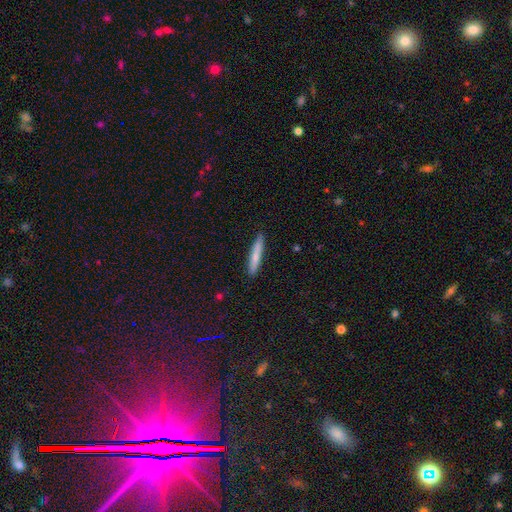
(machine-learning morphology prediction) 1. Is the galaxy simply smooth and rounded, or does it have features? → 73% smooth, 21% featured or disk, 6% star or artifact.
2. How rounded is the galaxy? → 93% cigar-shaped, 6% in between, 1% round.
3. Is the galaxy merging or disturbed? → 89% none, 8% minor disturbance, 2% major disturbance, 1% merger.